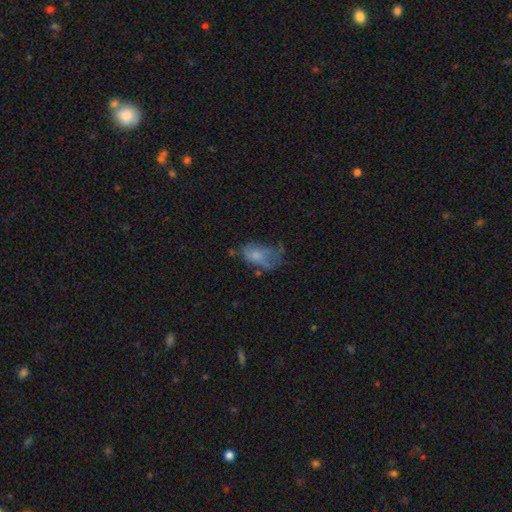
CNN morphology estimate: type=smooth (55%); roundness=in between (88%); merging=major disturbance (34%).